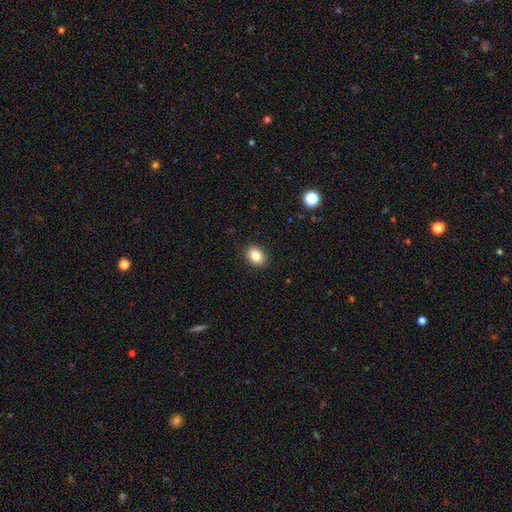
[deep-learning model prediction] This is clearly a smooth galaxy (85%). How rounded: possibly in between (59%). Merging: clearly none (90%).